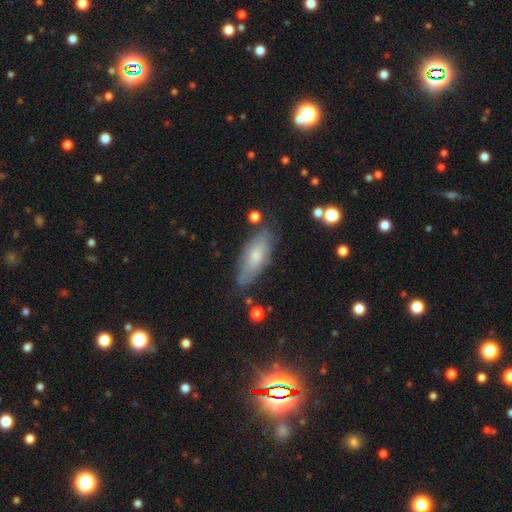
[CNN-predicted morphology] smooth_or_featured: smooth (p=0.64) [alt: featured or disk p=0.29]
how_rounded: in between (p=0.73) [alt: cigar-shaped p=0.25]
merging: none (p=0.74) [alt: minor disturbance p=0.19]